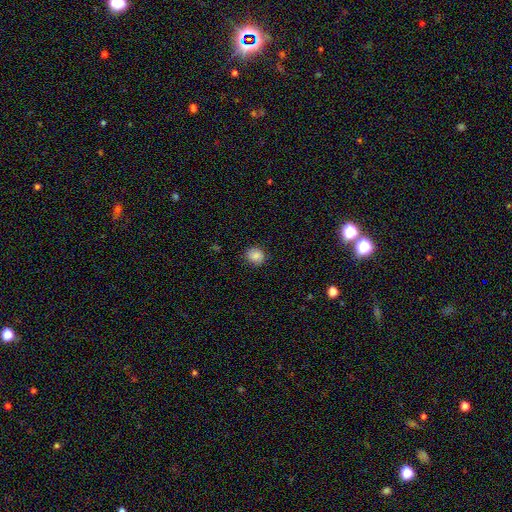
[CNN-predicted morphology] Smooth or featured: smooth — 85% (star or artifact — 9%)
How rounded: round — 81% (in between — 18%)
Merging: none — 86% (minor disturbance — 11%)